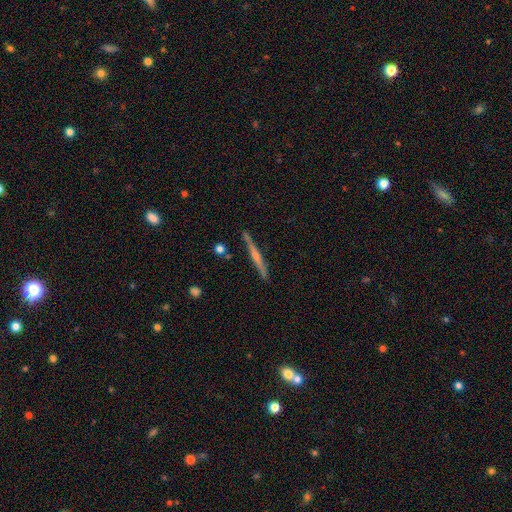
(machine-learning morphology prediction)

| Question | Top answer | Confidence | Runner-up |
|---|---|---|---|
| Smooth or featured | featured or disk | 54% | smooth (29%) |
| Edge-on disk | yes | 89% | no (11%) |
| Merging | none | 82% | minor disturbance (10%) |